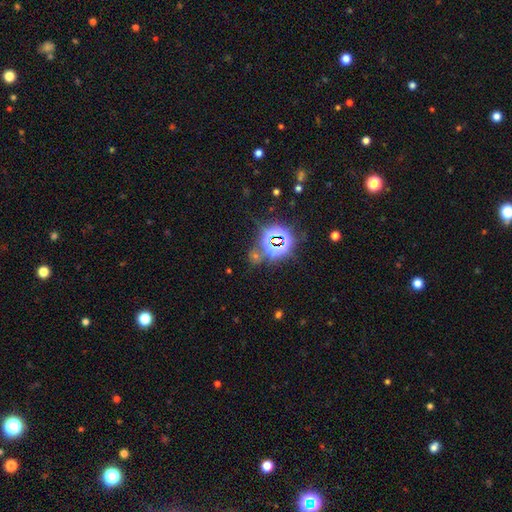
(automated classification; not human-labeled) Q: Smooth or featured?
A: star or artifact (74%); runner-up: smooth (18%)